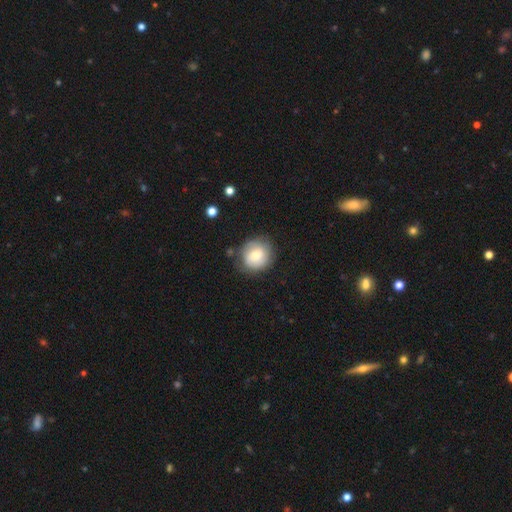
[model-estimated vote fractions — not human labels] Overall: smooth (65%; featured or disk 27%). How rounded: round (84%). Merging: none (75%).